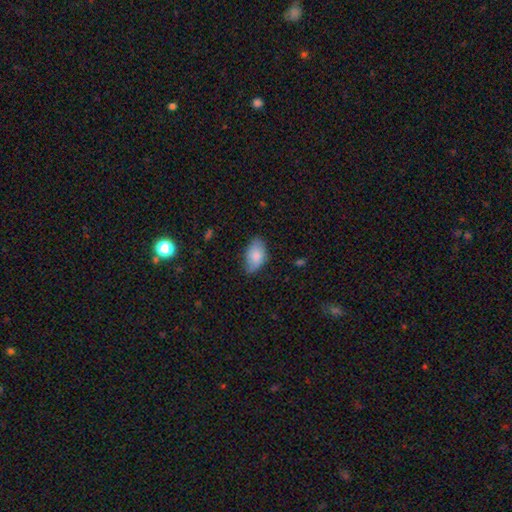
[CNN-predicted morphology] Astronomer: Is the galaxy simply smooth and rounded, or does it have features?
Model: smooth — 80%.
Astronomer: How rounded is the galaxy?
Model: in between — 93%.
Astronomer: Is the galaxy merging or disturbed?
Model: none — 63%.